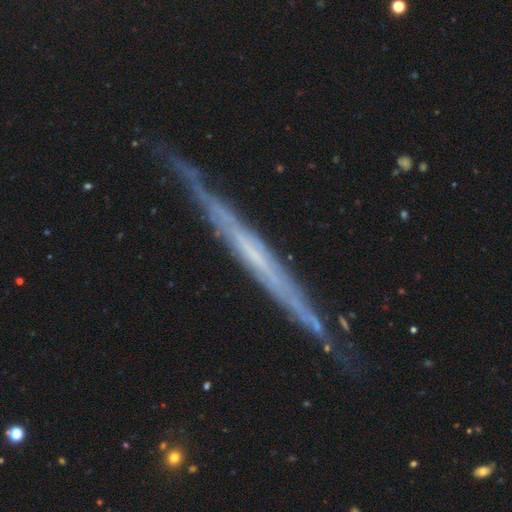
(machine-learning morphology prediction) Smooth or featured?
  - featured or disk: 73% *
  - smooth: 17%
  - star or artifact: 10%
Edge-on disk?
  - yes: 94% *
  - no: 6%
Edge-on bulge?
  - none: 82% *
  - rounded: 11%
  - boxy: 6%
Merging?
  - none: 83% *
  - minor disturbance: 13%
  - major disturbance: 2%
  - merger: 2%